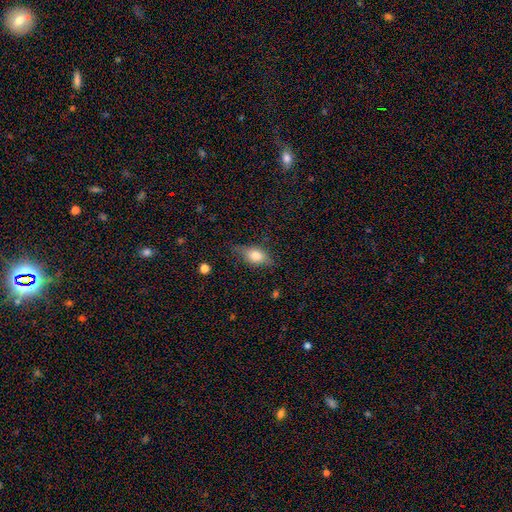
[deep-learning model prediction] A smooth galaxy with no disk features (69%) that is in between round and cigar-shaped (79%).

Vote fractions:
- Smooth or featured? smooth: 69% / featured or disk: 23% / star or artifact: 9%
- How rounded? in between: 79% / cigar-shaped: 10% / round: 10%
- Merging? none: 69% / minor disturbance: 24% / major disturbance: 6% / merger: 1%